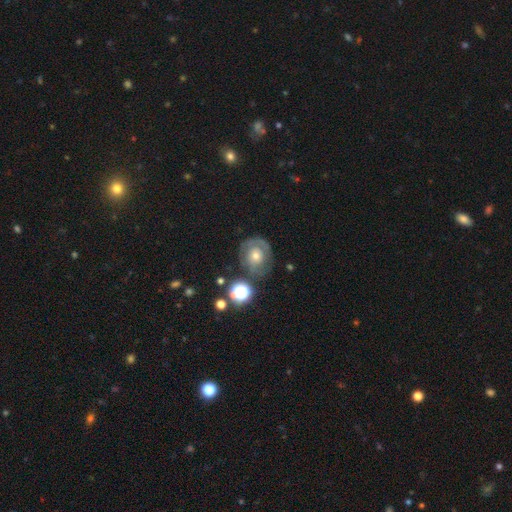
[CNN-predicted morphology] smooth-or-featured: featured or disk: 53% | smooth: 35% | star or artifact: 11%
  disk-edge-on: no: 96% | yes: 4%
    bar: no: 84% | weak: 13% | strong: 3%
    has-spiral-arms: yes: 58% | no: 42%
    bulge-size: moderate: 50% | small: 41% | large: 6% | none: 2% | dominant: 2%
  merging: none: 63% | minor disturbance: 20% | major disturbance: 11% | merger: 6%